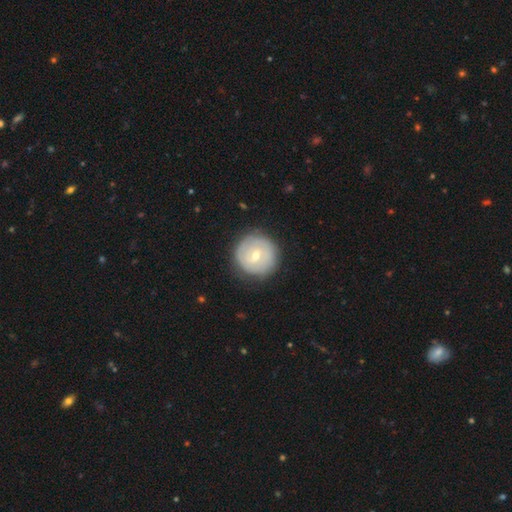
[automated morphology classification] Smooth or featured? Predicted: featured or disk (p=0.53). Edge-on disk? Predicted: no (p=0.97). Bar? Predicted: weak (p=0.52). Spiral arms? Predicted: yes (p=0.63). Bulge size? Predicted: moderate (p=0.51). Merging? Predicted: none (p=0.83).